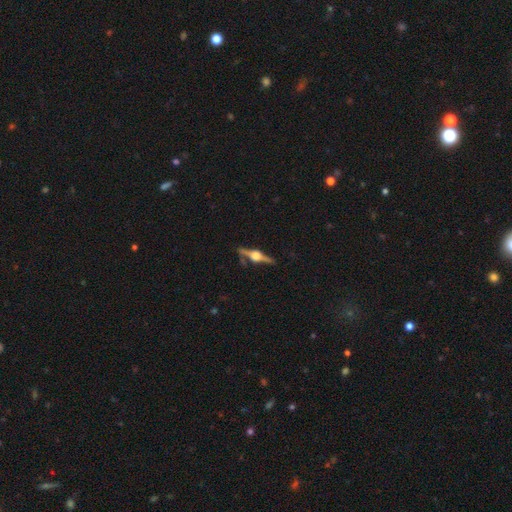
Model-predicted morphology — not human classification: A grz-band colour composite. It shows a featured or disk galaxy (86%) viewed edge-on (97%) with a rounded central bulge (94%). Merging: none (85%).